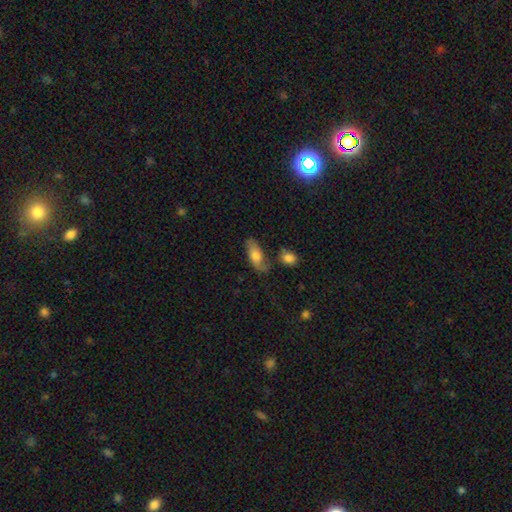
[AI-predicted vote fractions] The model was most divided on "merging": none: 61%, minor disturbance: 21%, merger: 10%, major disturbance: 7%. More confident: how rounded — in between (84%); smooth or featured — smooth (68%).